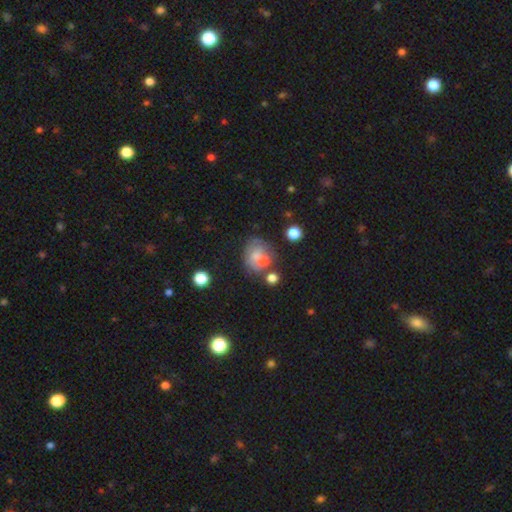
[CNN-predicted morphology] Q: Smooth or featured?
A: smooth (52%); runner-up: featured or disk (31%)
Q: How rounded?
A: round (59%); runner-up: in between (40%)
Q: Merging?
A: none (50%); runner-up: merger (22%)